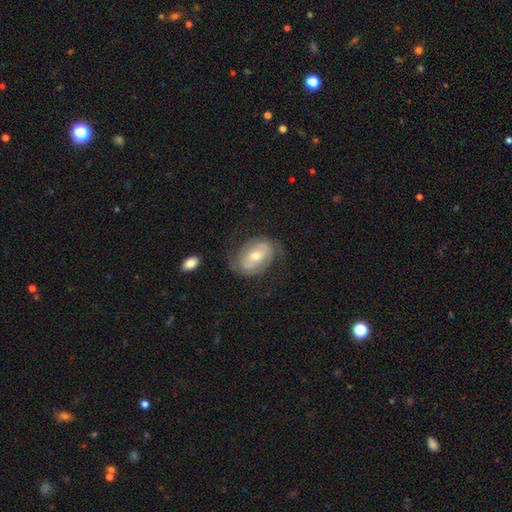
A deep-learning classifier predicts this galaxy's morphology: This appears to be a featured or disk galaxy (56%) with no bar (45%), spiral arms (62%) and a moderate central bulge (57%). Merging: none (67%).